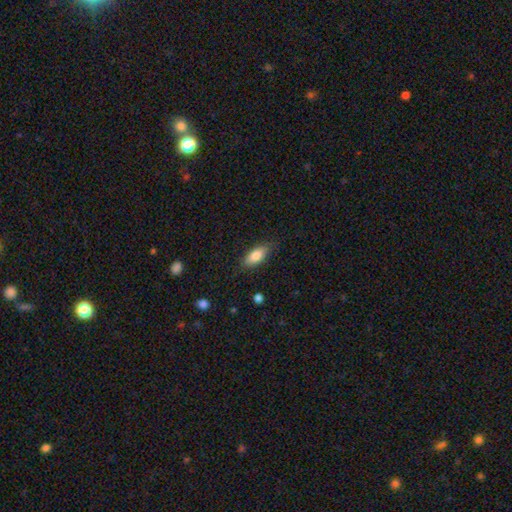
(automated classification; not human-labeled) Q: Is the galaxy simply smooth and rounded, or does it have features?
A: smooth — 81%.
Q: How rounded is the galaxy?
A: in between — 81%.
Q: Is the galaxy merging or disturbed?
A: none — 81%.